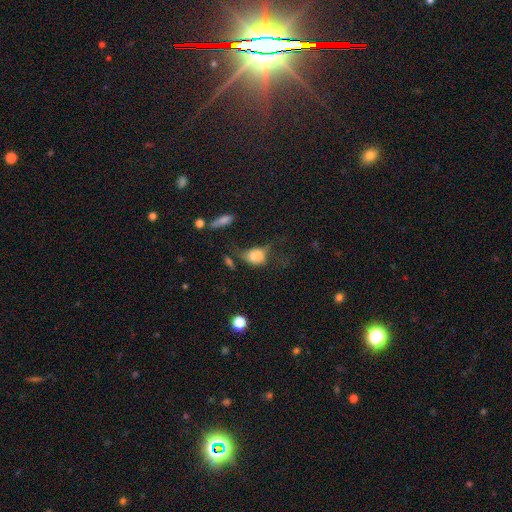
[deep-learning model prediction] The model was most divided on "merging": major disturbance: 40%, none: 24%, minor disturbance: 23%, merger: 13%. More confident: how rounded — in between (70%); smooth or featured — smooth (68%).